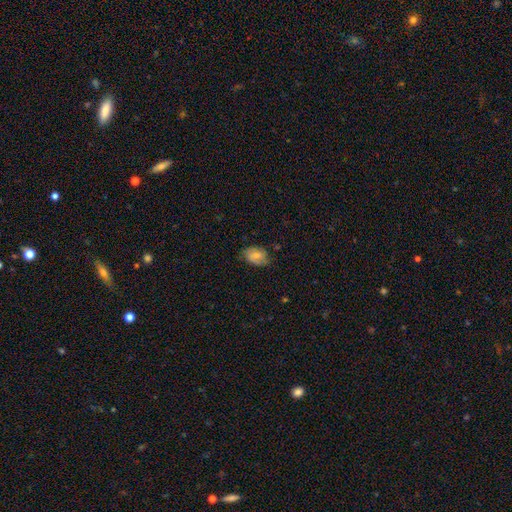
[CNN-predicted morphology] type=smooth (58%); roundness=in between (81%); merging=none (68%).